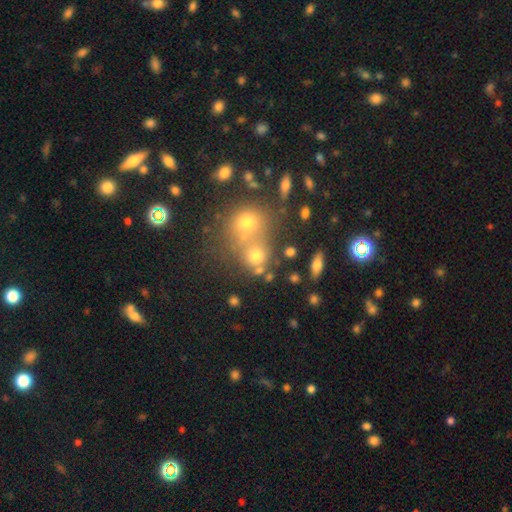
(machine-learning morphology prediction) The model was most divided on "merging": none: 46%, merger: 39%, minor disturbance: 10%, major disturbance: 6%. More confident: how rounded — round (76%); smooth or featured — smooth (69%).